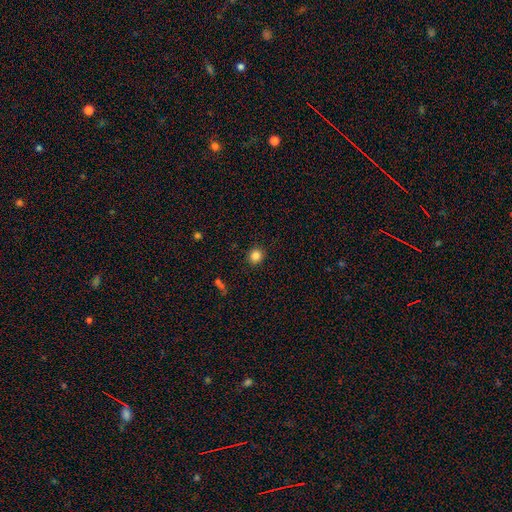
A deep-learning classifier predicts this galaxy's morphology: smooth_or_featured: smooth (p=0.84) [alt: star or artifact p=0.12]
how_rounded: round (p=0.90) [alt: in between p=0.09]
merging: none (p=0.91) [alt: minor disturbance p=0.06]